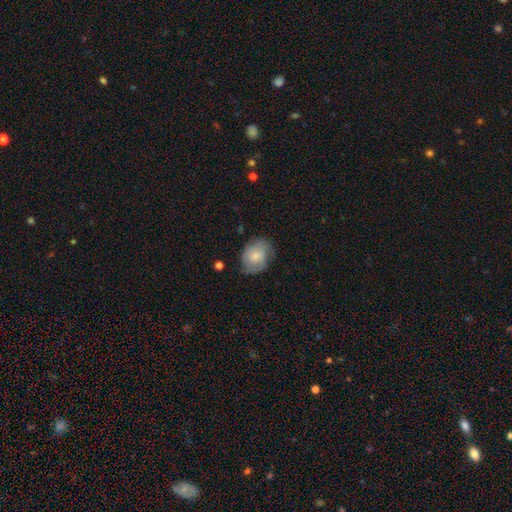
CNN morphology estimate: type=smooth (57%); roundness=in between (62%); merging=none (61%).